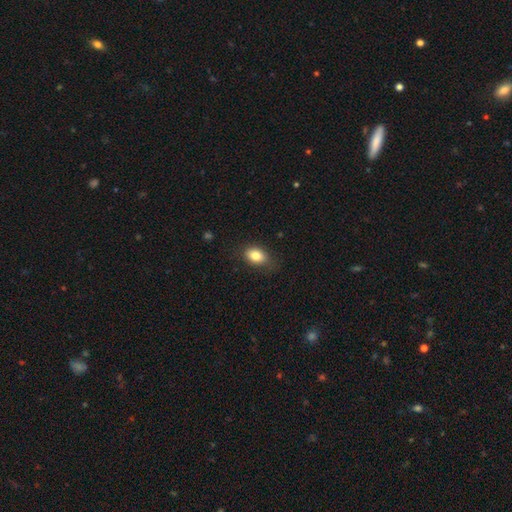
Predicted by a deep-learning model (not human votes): smooth_or_featured: smooth (p=0.82) [alt: star or artifact p=0.09]
how_rounded: in between (p=0.80) [alt: round p=0.18]
merging: none (p=0.77) [alt: minor disturbance p=0.18]